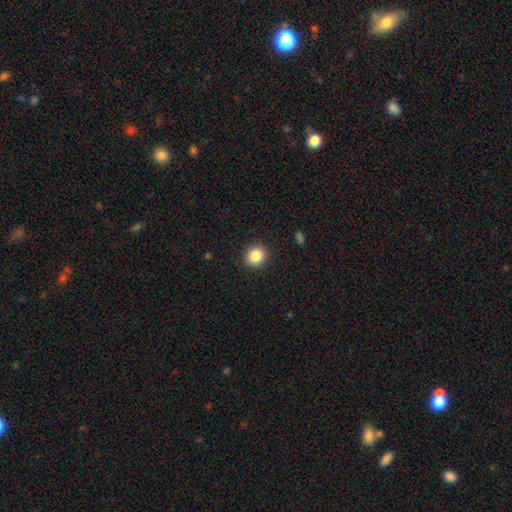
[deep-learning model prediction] A smooth galaxy with no disk features (86%) that is round (83%).

Vote fractions:
- Smooth or featured? smooth: 86% / star or artifact: 10% / featured or disk: 5%
- How rounded? round: 83% / in between: 16% / cigar-shaped: 1%
- Merging? none: 91% / minor disturbance: 6% / major disturbance: 2% / merger: 1%